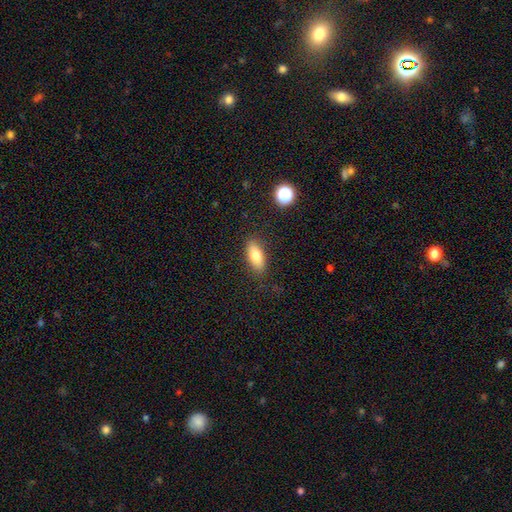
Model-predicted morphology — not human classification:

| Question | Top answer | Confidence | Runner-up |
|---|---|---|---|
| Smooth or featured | smooth | 77% | featured or disk (15%) |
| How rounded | in between | 80% | cigar-shaped (17%) |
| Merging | none | 85% | minor disturbance (11%) |